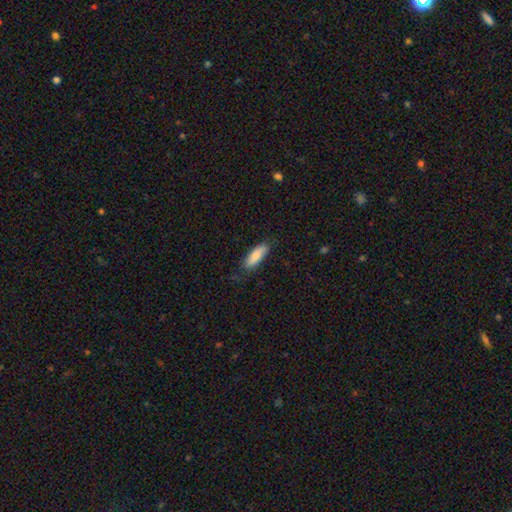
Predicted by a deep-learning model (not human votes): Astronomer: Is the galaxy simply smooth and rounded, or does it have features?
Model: smooth — 80%.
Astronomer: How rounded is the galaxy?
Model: in between — 62%.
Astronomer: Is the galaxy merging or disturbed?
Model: none — 78%.